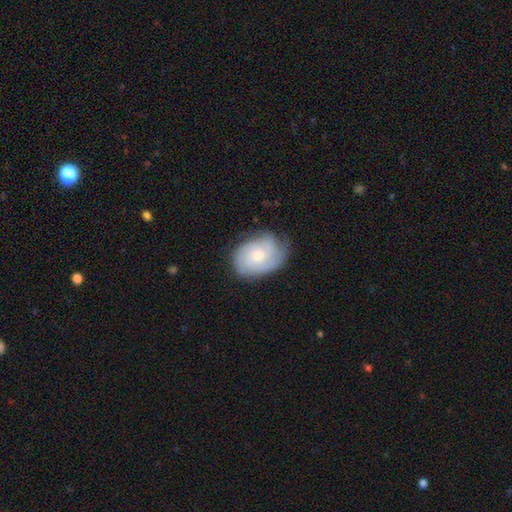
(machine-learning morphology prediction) Smooth or featured? Predicted: featured or disk (p=0.59). Edge-on disk? Predicted: no (p=0.97). Bar? Predicted: no (p=0.77). Spiral arms? Predicted: yes (p=0.86). Bulge size? Predicted: moderate (p=0.57). Merging? Predicted: none (p=0.70).